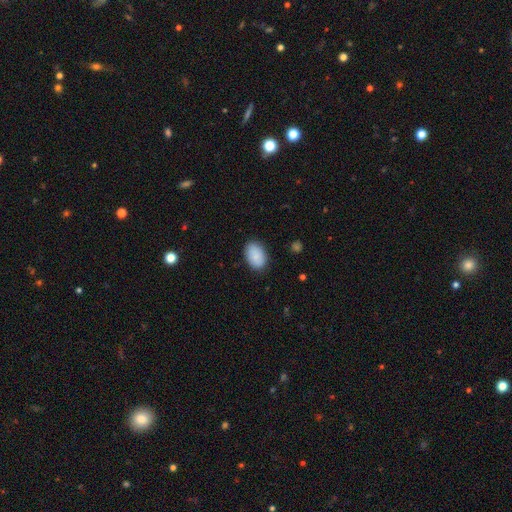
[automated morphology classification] This appears to be a smooth galaxy with no disk features (89%) that is in between round and cigar-shaped (89%). Merging: none (86%).